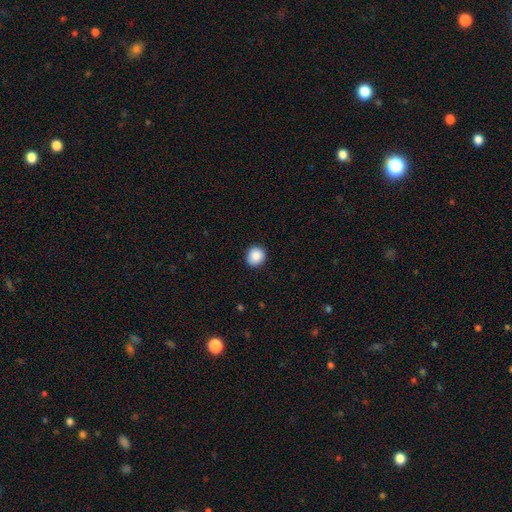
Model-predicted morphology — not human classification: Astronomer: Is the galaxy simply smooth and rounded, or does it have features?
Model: smooth — 89%.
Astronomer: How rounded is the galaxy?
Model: round — 87%.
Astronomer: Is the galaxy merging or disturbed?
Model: none — 90%.